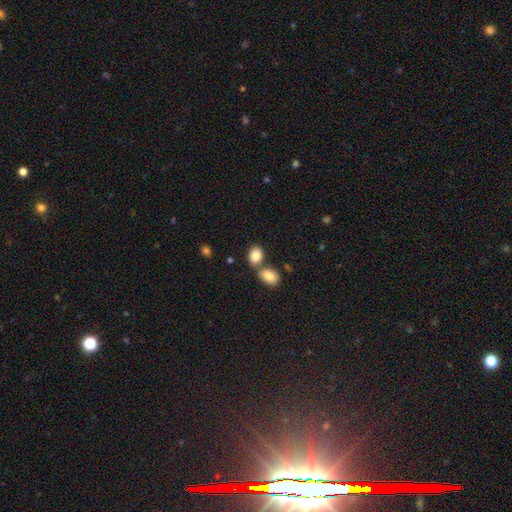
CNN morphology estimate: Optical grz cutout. It shows a smooth galaxy with no disk features (86%) that is in between round and cigar-shaped (71%). Merging: none (47%).